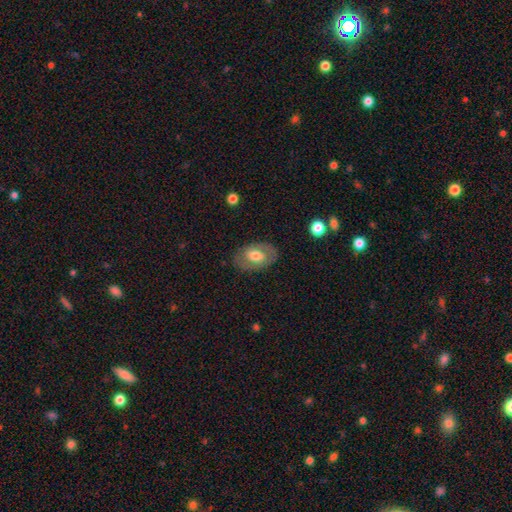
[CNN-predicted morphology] This appears to be a smooth galaxy with no disk features (50%) that is in between round and cigar-shaped (86%). Merging: none (80%).